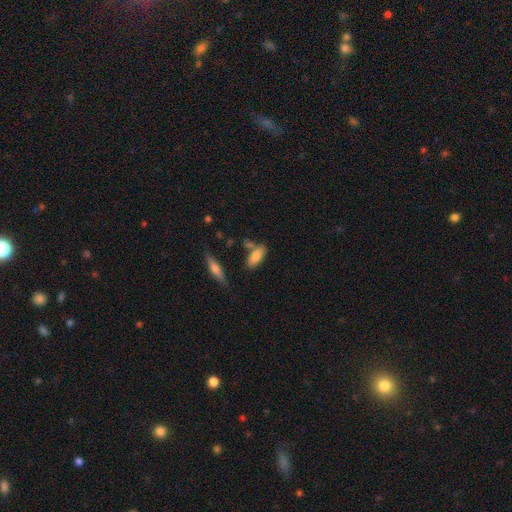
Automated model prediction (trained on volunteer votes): This appears to be a smooth galaxy with no disk features (79%) that is in between round and cigar-shaped (77%). Merging: none (65%).